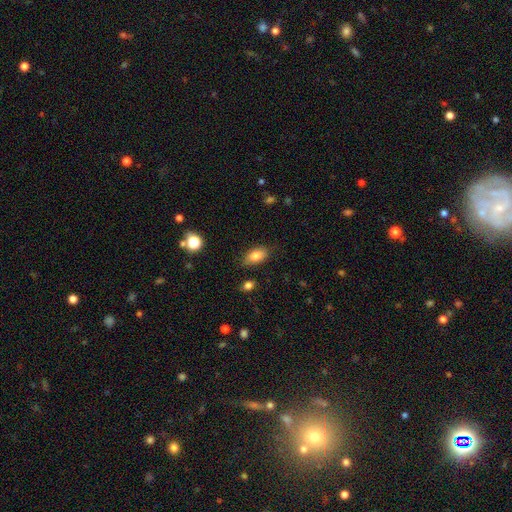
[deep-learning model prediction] This is clearly a smooth galaxy (81%). How rounded: clearly in between (89%). Merging: likely none (78%).